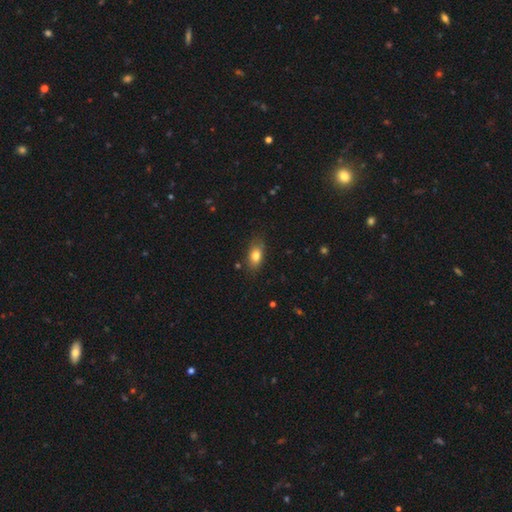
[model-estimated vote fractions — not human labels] Smooth or featured? smooth (79%)
How rounded? in between (85%)
Merging? none (78%)